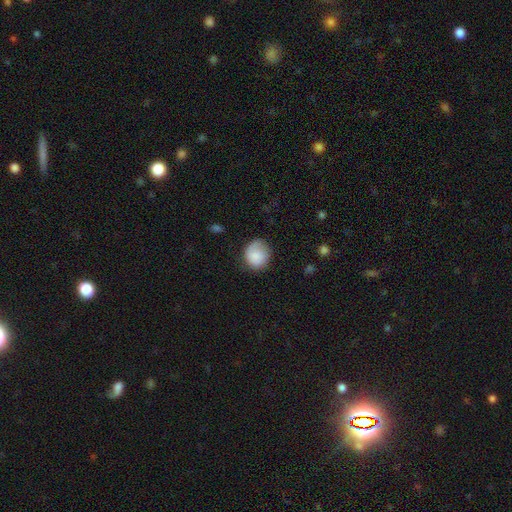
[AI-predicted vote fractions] This appears to be a smooth galaxy with no disk features (81%) that is round (74%). Merging: none (65%).